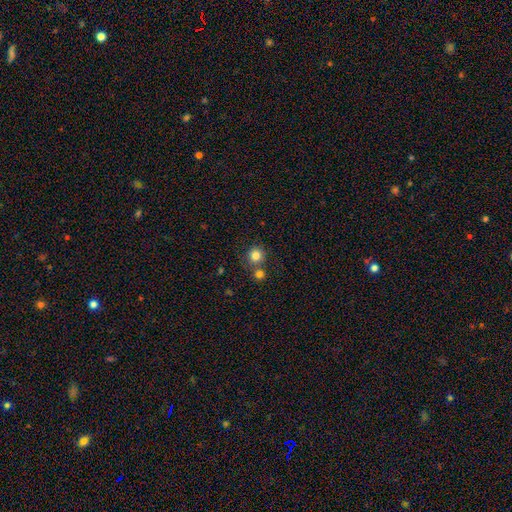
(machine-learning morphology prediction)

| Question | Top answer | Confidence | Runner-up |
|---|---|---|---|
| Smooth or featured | smooth | 82% | star or artifact (12%) |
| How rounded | round | 92% | in between (7%) |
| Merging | none | 66% | merger (23%) |